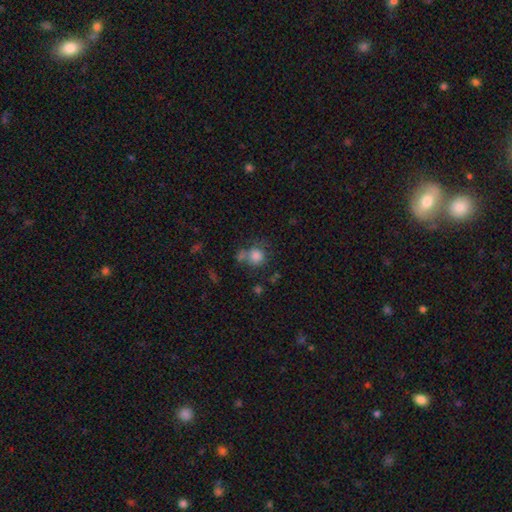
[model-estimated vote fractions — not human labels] Smooth or featured?
  - smooth: 81% *
  - star or artifact: 11%
  - featured or disk: 8%
How rounded?
  - round: 85% *
  - in between: 14%
  - cigar-shaped: 1%
Merging?
  - none: 52% *
  - merger: 23%
  - minor disturbance: 16%
  - major disturbance: 9%